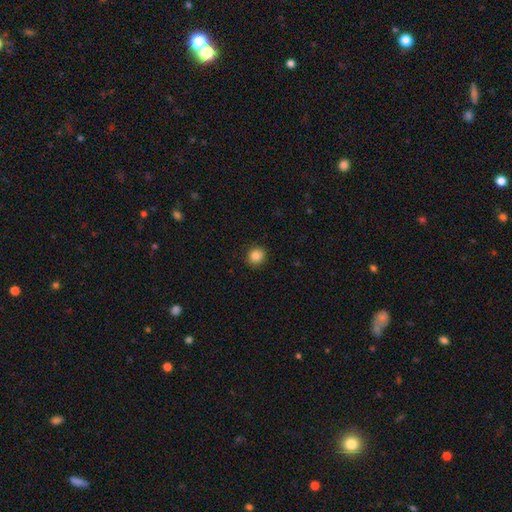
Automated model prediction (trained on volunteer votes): This appears to be a smooth galaxy with no disk features (86%) that is round (85%). Merging: none (90%).